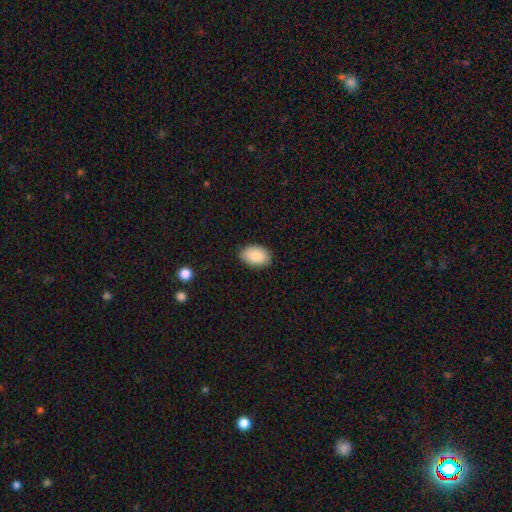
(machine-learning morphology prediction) Smooth or featured? smooth (87%)
How rounded? in between (90%)
Merging? none (86%)